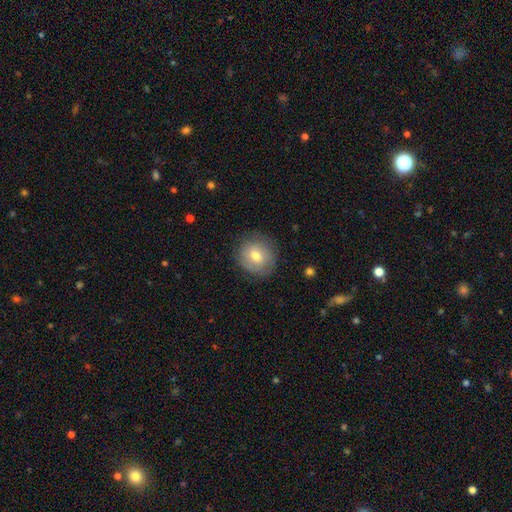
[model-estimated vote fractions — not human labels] smooth_or_featured: smooth (p=0.66) [alt: featured or disk p=0.26]
how_rounded: round (p=0.84) [alt: in between p=0.15]
merging: none (p=0.80) [alt: minor disturbance p=0.14]